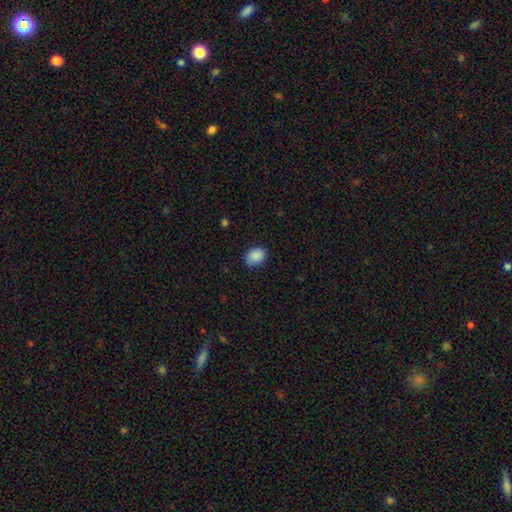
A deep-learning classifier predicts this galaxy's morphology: A smooth galaxy with no disk features (89%) that is in between round and cigar-shaped (66%). Merging: none (80%).